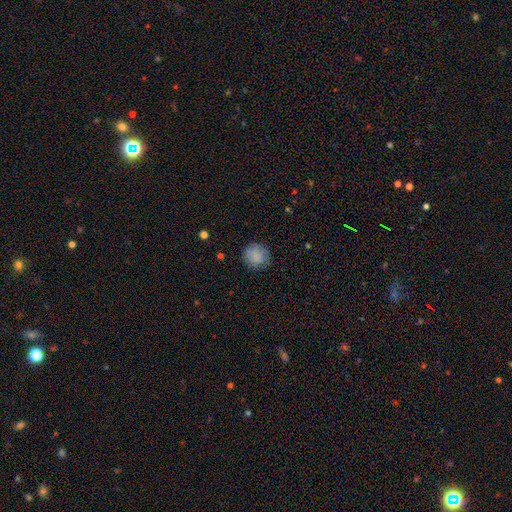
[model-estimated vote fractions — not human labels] Smooth or featured: smooth — 86% (star or artifact — 8%)
How rounded: round — 91% (in between — 8%)
Merging: none — 84% (minor disturbance — 12%)